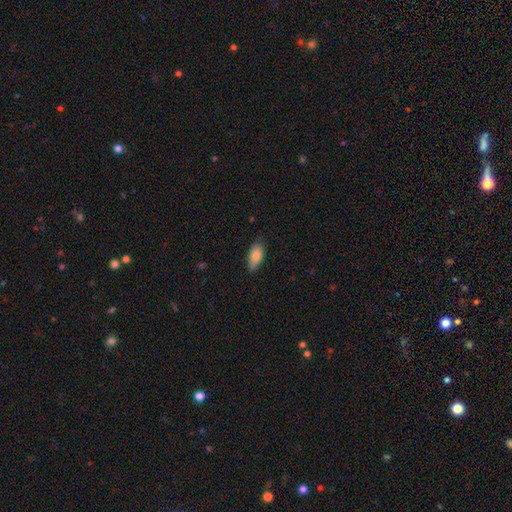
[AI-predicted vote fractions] smooth 82%, featured or disk 11%, star or artifact 7%. Down the decision tree: how rounded — in between (90%); merging — none (75%).